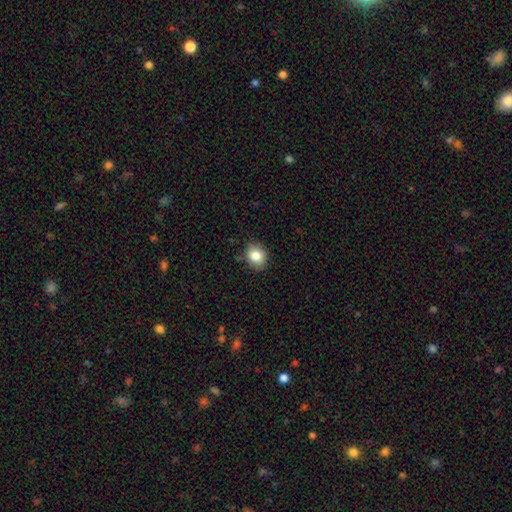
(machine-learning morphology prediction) Smooth or featured?
  - smooth: 83% *
  - star or artifact: 9%
  - featured or disk: 7%
How rounded?
  - round: 58% *
  - in between: 41%
  - cigar-shaped: 1%
Merging?
  - none: 83% *
  - minor disturbance: 13%
  - major disturbance: 3%
  - merger: 2%